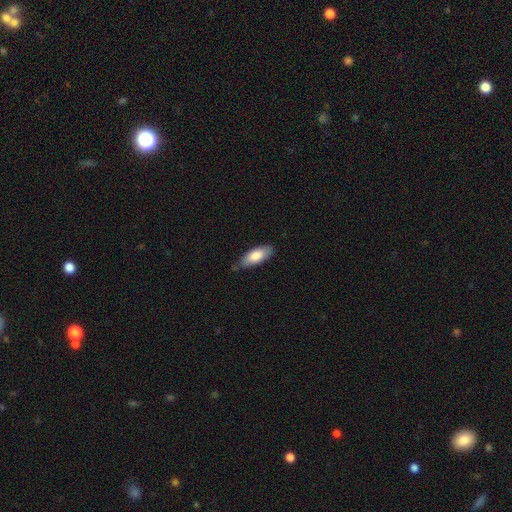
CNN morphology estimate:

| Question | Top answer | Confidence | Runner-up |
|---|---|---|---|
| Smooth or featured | smooth | 80% | featured or disk (14%) |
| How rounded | in between | 79% | cigar-shaped (20%) |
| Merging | none | 74% | minor disturbance (21%) |